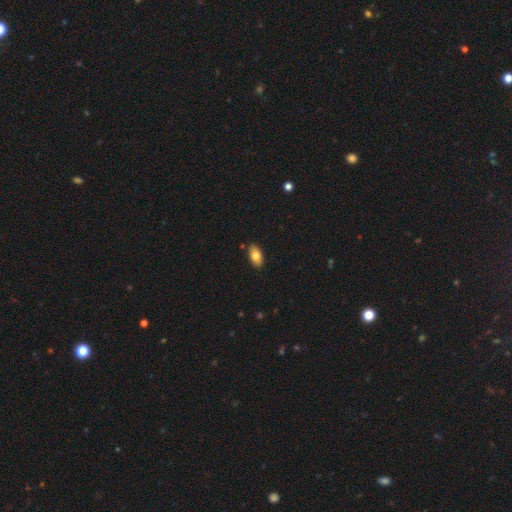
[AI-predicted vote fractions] A smooth galaxy with no disk features (79%) that is in between round and cigar-shaped (93%).

Vote fractions:
- Smooth or featured? smooth: 79% / featured or disk: 13% / star or artifact: 7%
- How rounded? in between: 93% / round: 4% / cigar-shaped: 3%
- Merging? none: 87% / minor disturbance: 10% / major disturbance: 2% / merger: 2%